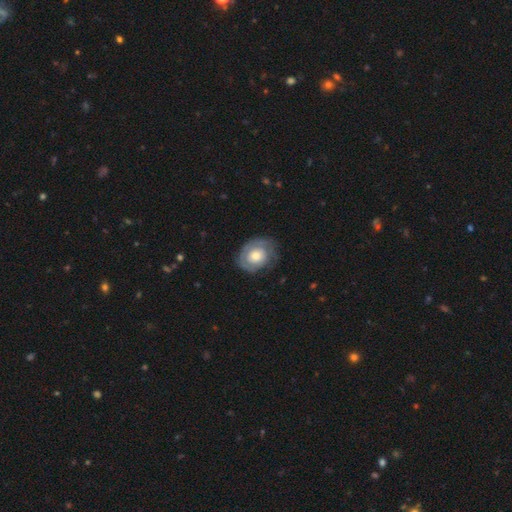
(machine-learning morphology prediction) type=featured or disk (64%); edge-on=no (97%); bar=no (84%); spiral arms=yes (75%); bulge=moderate (58%); merging=none (69%).